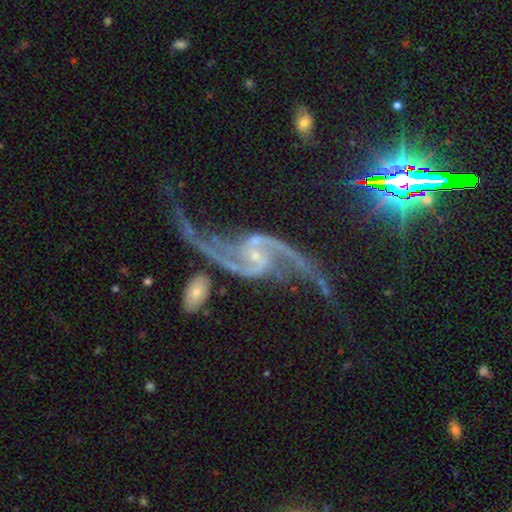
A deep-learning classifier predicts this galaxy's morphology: featured or disk 90%, star or artifact 8%, smooth 3%. Down the decision tree: edge-on disk — no (96%); bar — no (40%); spiral arms — yes (98%); spiral arm count — 2 (94%); spiral winding — loose (78%); bulge size — small (74%); merging — none (52%).